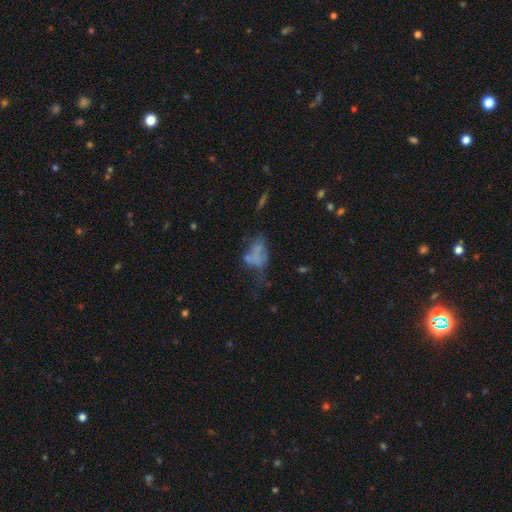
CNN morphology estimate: Overall: smooth (47%; featured or disk 36%). Merging: major disturbance (37%; none 24%).